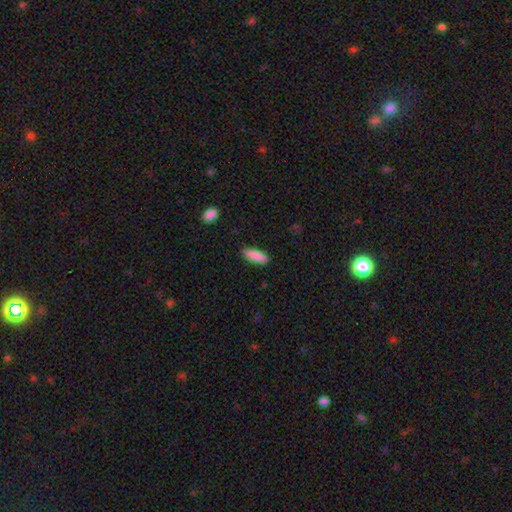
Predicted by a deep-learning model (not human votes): This appears to be a smooth galaxy with no disk features (89%) that is in between round and cigar-shaped (50%). Merging: none (87%).